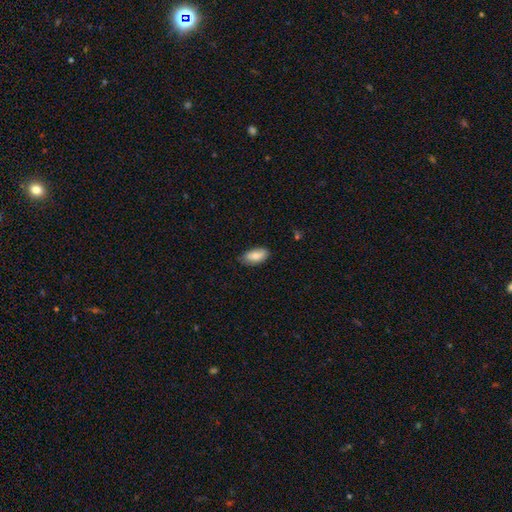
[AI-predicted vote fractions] This appears to be a smooth galaxy with no disk features (86%) that is in between round and cigar-shaped (92%). Merging: none (73%).